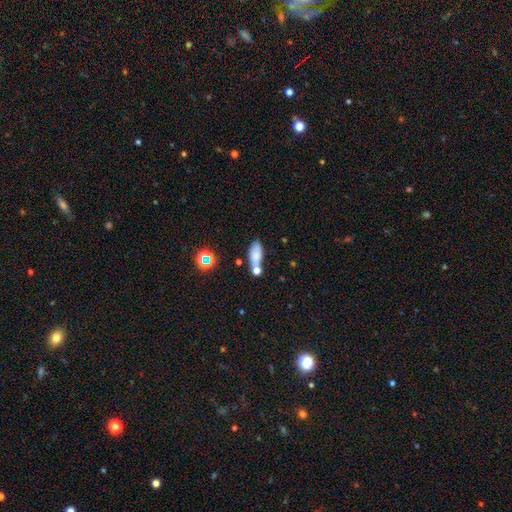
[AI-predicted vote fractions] Smooth or featured? smooth (76%)
How rounded? in between (79%)
Merging? none (51%)